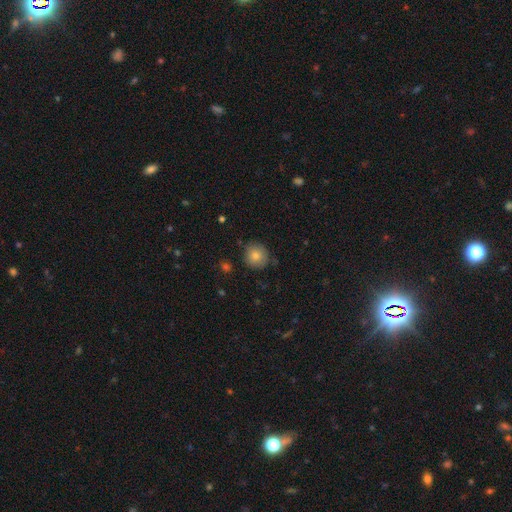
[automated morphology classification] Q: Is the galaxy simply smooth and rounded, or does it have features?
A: smooth — 82%.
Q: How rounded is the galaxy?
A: round — 90%.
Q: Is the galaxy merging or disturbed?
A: none — 81%.